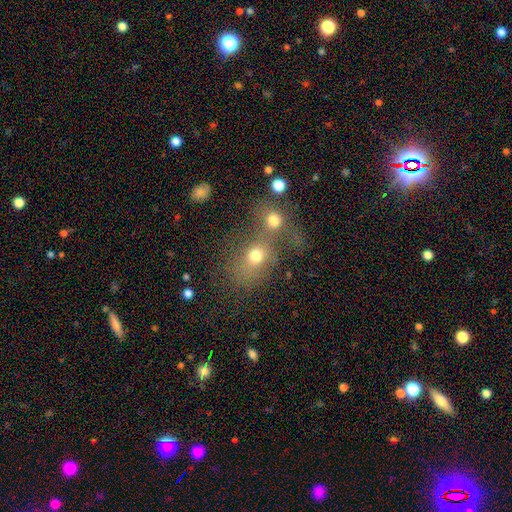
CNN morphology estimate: Smooth or featured? smooth (67%)
How rounded? round (57%)
Merging? merger (66%)